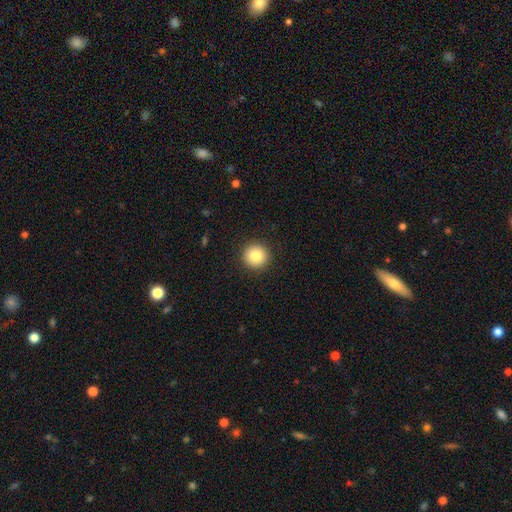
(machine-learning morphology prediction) A smooth galaxy with no disk features (84%) that is round (95%). Merging: none (92%).